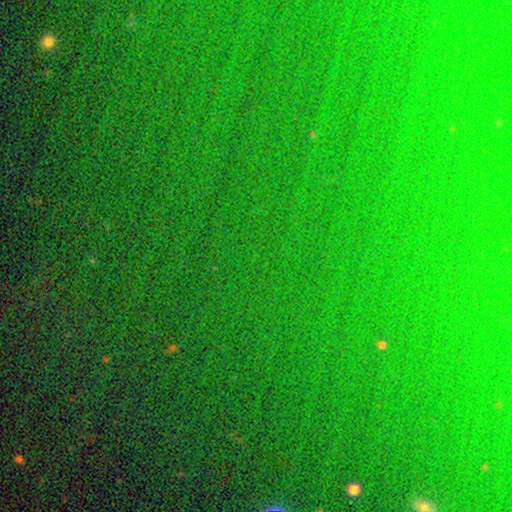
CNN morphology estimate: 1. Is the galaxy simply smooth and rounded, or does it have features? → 81% star or artifact, 11% smooth, 8% featured or disk.